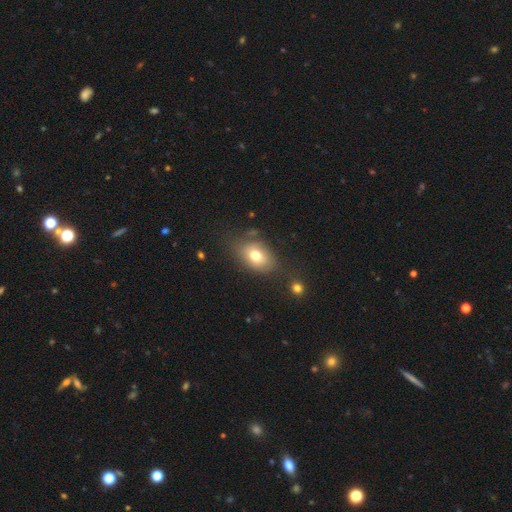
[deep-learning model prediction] This is likely a smooth galaxy (73%). How rounded: likely in between (76%). Merging: likely none (69%).